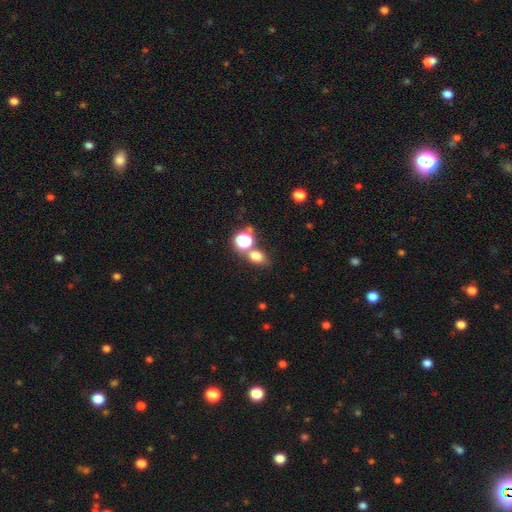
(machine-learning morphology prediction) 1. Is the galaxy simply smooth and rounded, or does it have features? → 71% smooth, 21% star or artifact, 8% featured or disk.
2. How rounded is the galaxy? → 51% in between, 47% round, 2% cigar-shaped.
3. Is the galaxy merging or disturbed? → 58% none, 26% merger, 11% minor disturbance, 5% major disturbance.